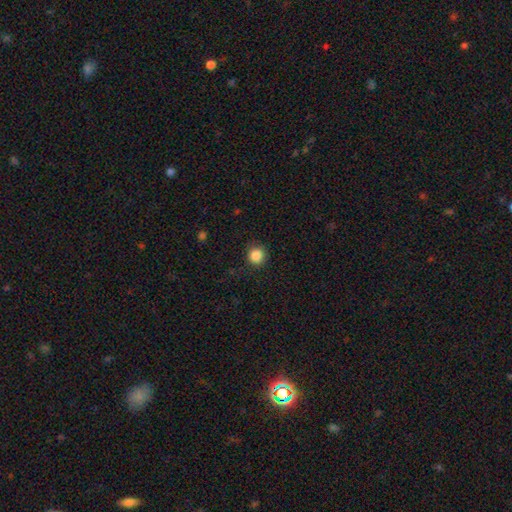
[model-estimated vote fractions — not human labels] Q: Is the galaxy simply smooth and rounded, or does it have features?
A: smooth — 87%.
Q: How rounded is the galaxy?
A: round — 92%.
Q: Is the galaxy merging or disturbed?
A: none — 87%.